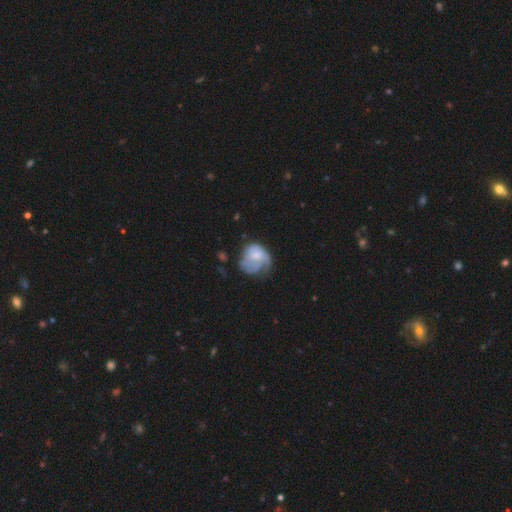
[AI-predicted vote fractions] smooth-or-featured: smooth: 48% | featured or disk: 44% | star or artifact: 8%
  merging: none: 34% (tied) | major disturbance: 34% (tied) | minor disturbance: 28% | merger: 3%